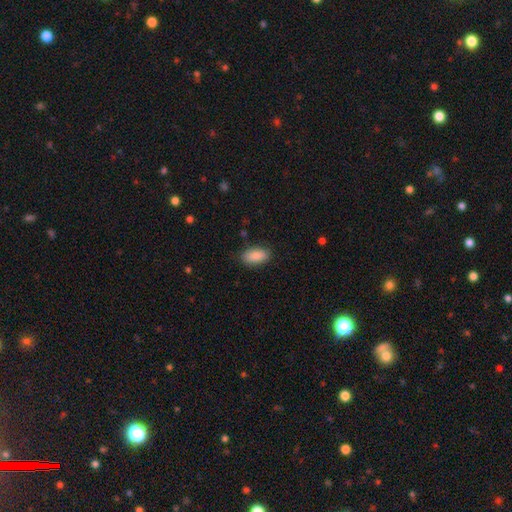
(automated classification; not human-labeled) Q: Smooth or featured?
A: smooth (89%); runner-up: star or artifact (6%)
Q: How rounded?
A: in between (92%); runner-up: cigar-shaped (5%)
Q: Merging?
A: none (85%); runner-up: minor disturbance (11%)